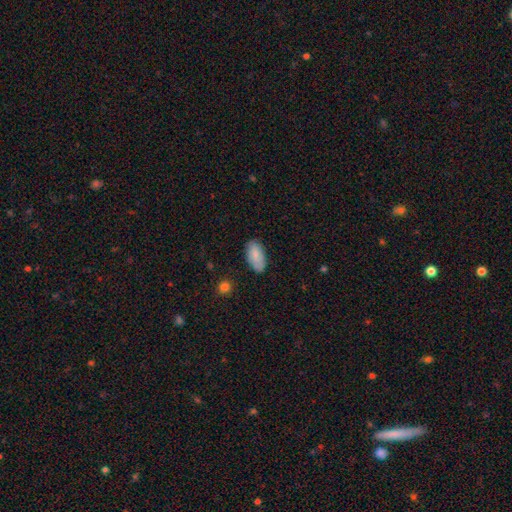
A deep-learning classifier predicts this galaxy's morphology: A smooth galaxy with no disk features (83%) that is in between round and cigar-shaped (93%).

Vote fractions:
- Smooth or featured? smooth: 83% / featured or disk: 11% / star or artifact: 6%
- How rounded? in between: 93% / cigar-shaped: 4% / round: 2%
- Merging? none: 78% / minor disturbance: 18% / major disturbance: 3% / merger: 2%